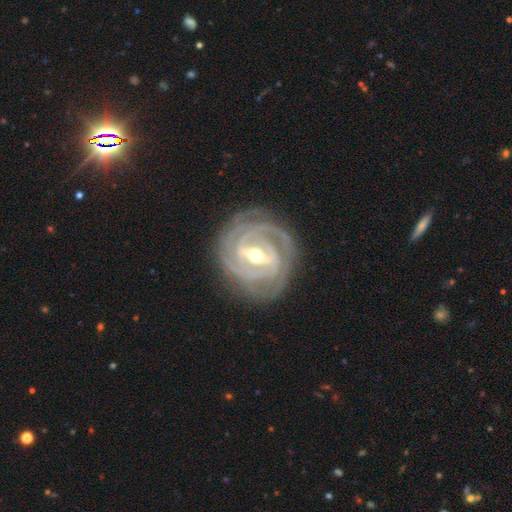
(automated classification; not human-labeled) Smooth or featured? featured or disk (92%)
Edge-on disk? no (96%)
Bar? strong (61%)
Spiral arms? yes (97%)
Spiral winding? tight (79%)
Spiral arm count? 3 (32%)
Bulge size? moderate (61%)
Merging? none (81%)